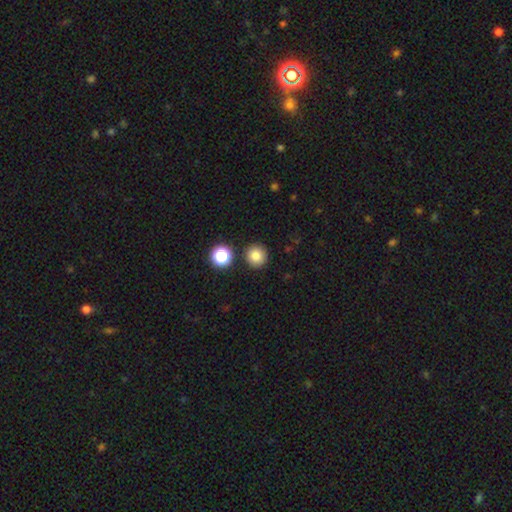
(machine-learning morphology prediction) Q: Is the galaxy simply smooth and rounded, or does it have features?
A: smooth — 81%.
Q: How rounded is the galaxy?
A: round — 94%.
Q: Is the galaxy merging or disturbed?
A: none — 89%.